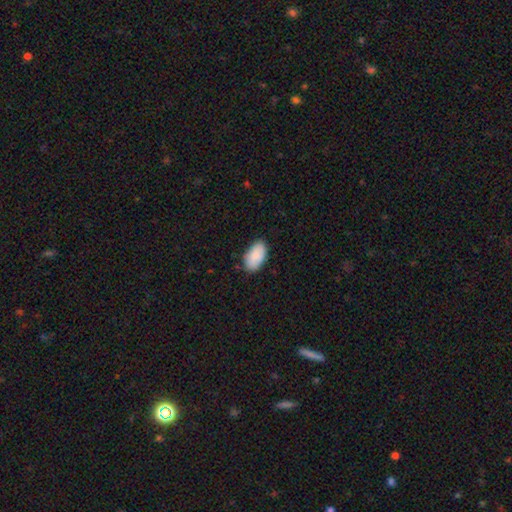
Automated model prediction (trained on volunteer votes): smooth-or-featured: smooth: 87% | featured or disk: 7% | star or artifact: 6%
  how-rounded: in between: 95% | round: 3% | cigar-shaped: 2%
  merging: none: 82% | minor disturbance: 15% | major disturbance: 2% | merger: 1%